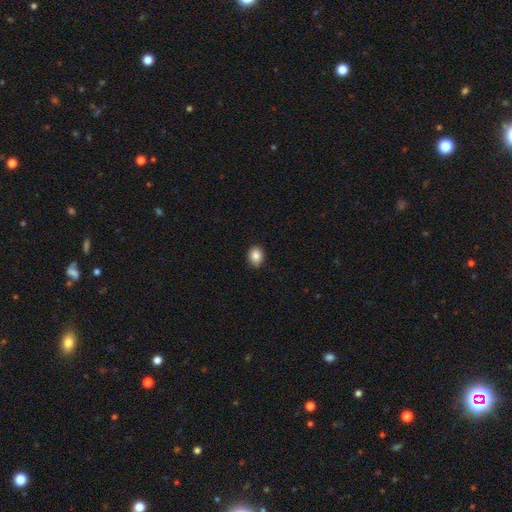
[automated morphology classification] type=smooth (86%); roundness=round (51%); merging=none (87%).